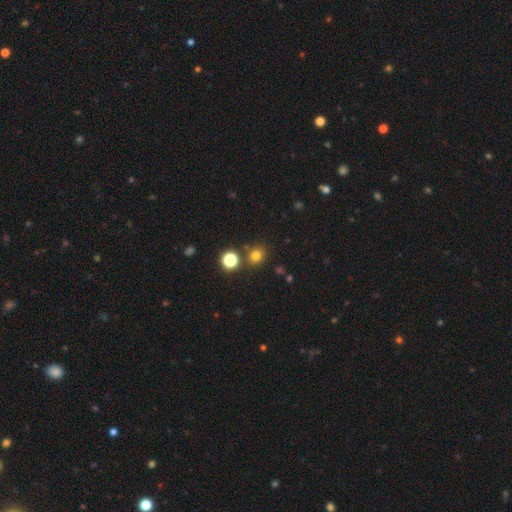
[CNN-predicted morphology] smooth 75%, star or artifact 20%, featured or disk 5%. Down the decision tree: how rounded — round (87%); merging — none (80%).